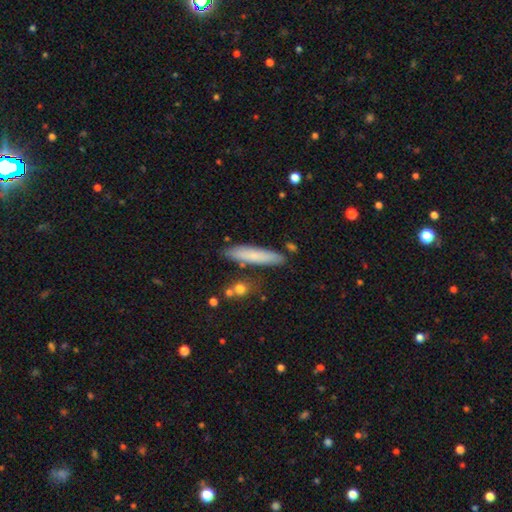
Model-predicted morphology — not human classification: This appears to be a smooth galaxy with no disk features (73%) that is cigar-shaped (87%). Merging: none (83%).